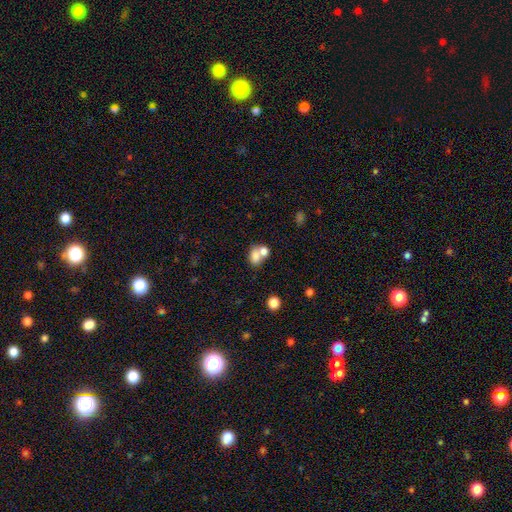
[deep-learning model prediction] Q: Smooth or featured?
A: smooth (74%); runner-up: featured or disk (15%)
Q: How rounded?
A: in between (66%); runner-up: round (33%)
Q: Merging?
A: merger (58%); runner-up: none (29%)